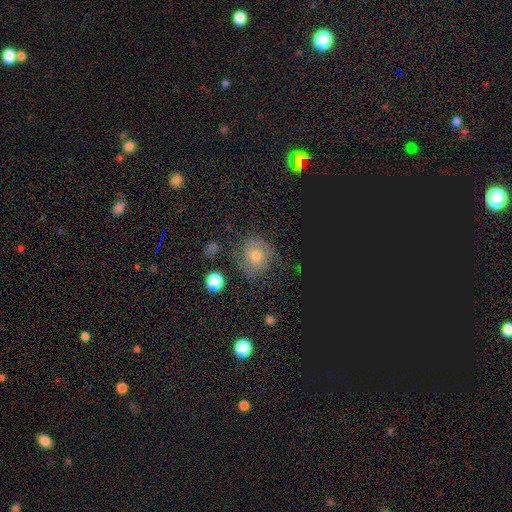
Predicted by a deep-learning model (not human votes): Smooth or featured: featured or disk — 45% (smooth — 31%)
Merging: none — 74% (minor disturbance — 16%)